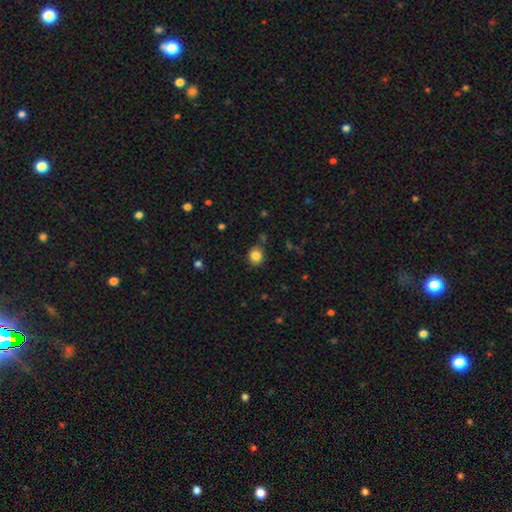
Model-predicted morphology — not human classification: smooth-or-featured: smooth: 84% | star or artifact: 10% | featured or disk: 6%
  how-rounded: round: 73% | in between: 26% | cigar-shaped: 1%
  merging: none: 76% | minor disturbance: 16% | merger: 4% | major disturbance: 4%